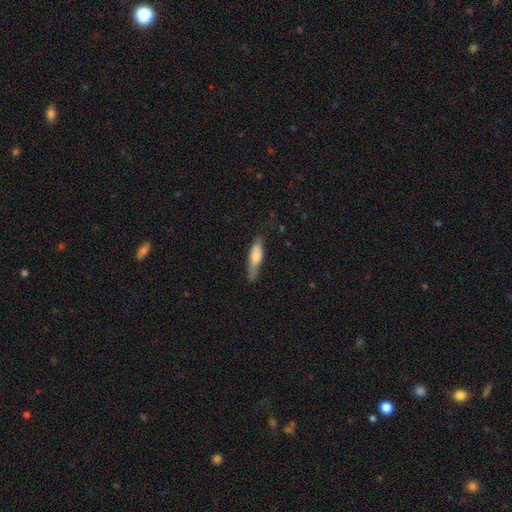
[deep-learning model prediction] smooth 65%, featured or disk 29%, star or artifact 6%. Down the decision tree: how rounded — cigar-shaped (67%); merging — none (65%).